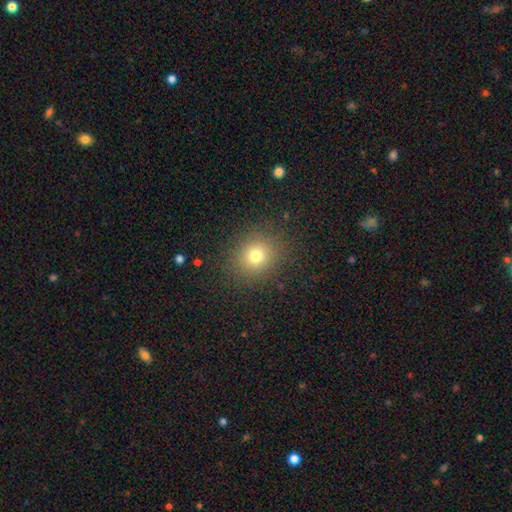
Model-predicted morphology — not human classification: Q: Smooth or featured?
A: smooth (74%); runner-up: star or artifact (16%)
Q: How rounded?
A: round (80%); runner-up: in between (19%)
Q: Merging?
A: none (87%); runner-up: minor disturbance (8%)